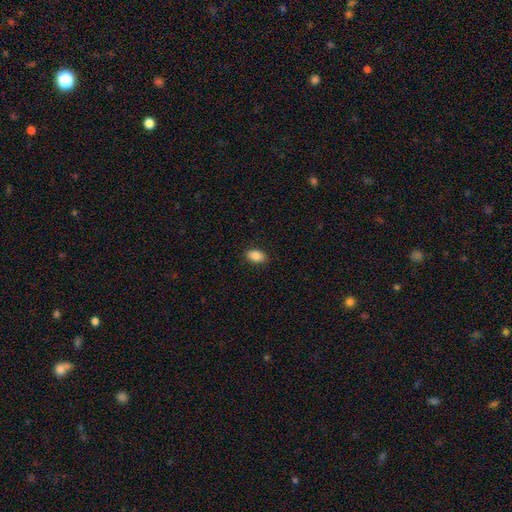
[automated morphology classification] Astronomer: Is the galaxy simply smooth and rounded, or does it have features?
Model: smooth — 85%.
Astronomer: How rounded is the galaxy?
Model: in between — 89%.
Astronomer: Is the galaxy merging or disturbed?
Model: none — 88%.